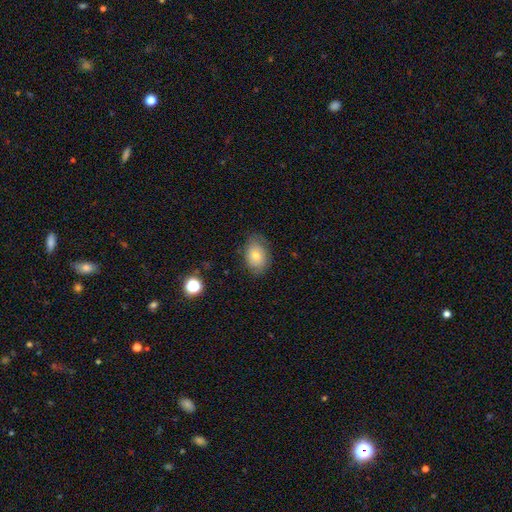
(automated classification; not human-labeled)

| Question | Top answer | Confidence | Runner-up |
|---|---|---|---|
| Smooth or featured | smooth | 68% | featured or disk (22%) |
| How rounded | in between | 73% | round (26%) |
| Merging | none | 75% | minor disturbance (19%) |